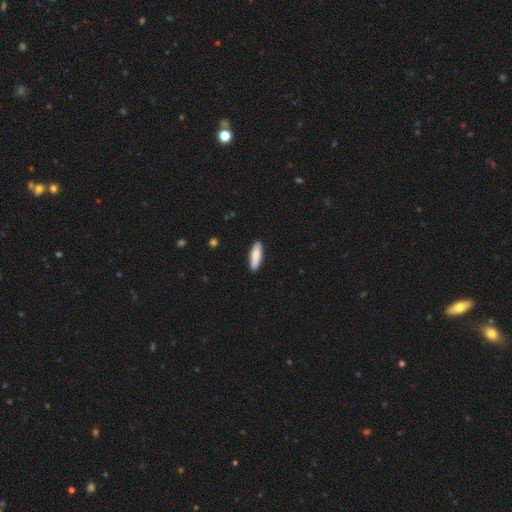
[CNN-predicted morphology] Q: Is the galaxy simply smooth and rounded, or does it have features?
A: smooth — 84%.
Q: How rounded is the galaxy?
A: cigar-shaped — 61%.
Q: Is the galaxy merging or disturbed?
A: none — 90%.